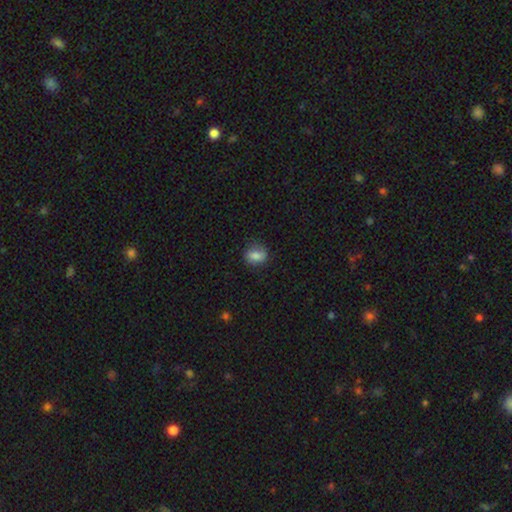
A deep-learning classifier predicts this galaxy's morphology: Overall: smooth (78%). How rounded: in between (51%; round 47%). Merging: none (76%).